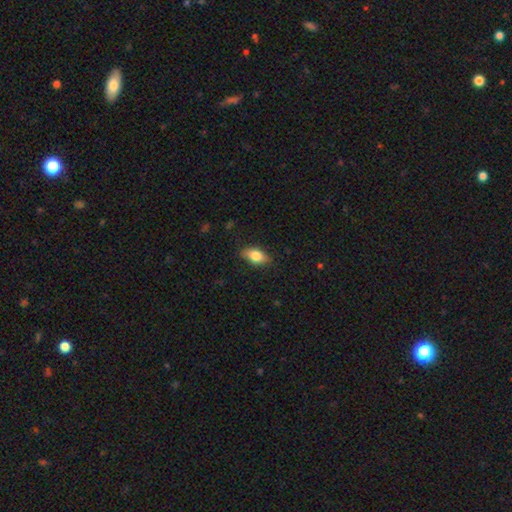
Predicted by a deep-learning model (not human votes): Smooth or featured? smooth (75%)
How rounded? in between (85%)
Merging? none (82%)